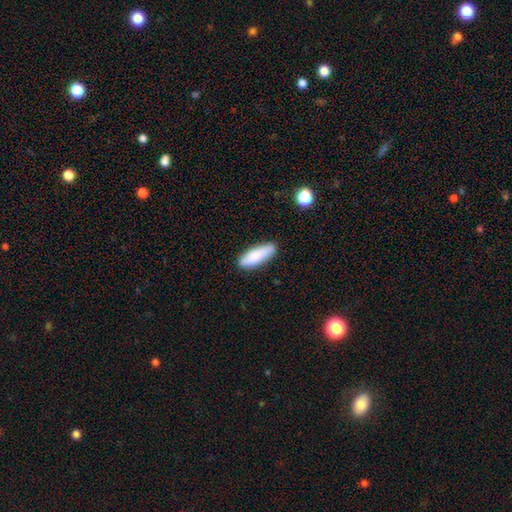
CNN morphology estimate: Smooth or featured? Predicted: smooth (p=0.84). How rounded? Predicted: in between (p=0.55). Merging? Predicted: none (p=0.85).